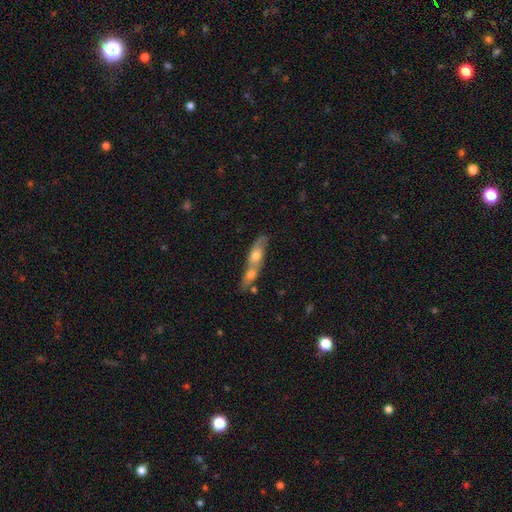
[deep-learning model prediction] smooth 55%, featured or disk 38%, star or artifact 7%. Down the decision tree: how rounded — cigar-shaped (48%); merging — merger (67%).